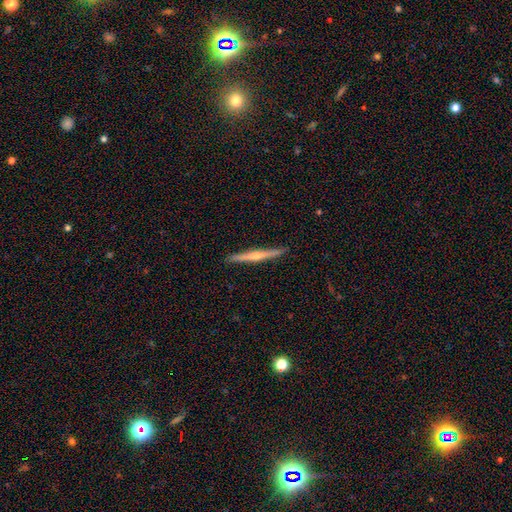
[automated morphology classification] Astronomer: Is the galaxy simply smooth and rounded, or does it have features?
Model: featured or disk — 70%.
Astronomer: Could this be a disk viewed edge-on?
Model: yes — 98%.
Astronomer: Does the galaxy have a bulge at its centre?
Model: rounded — 76%.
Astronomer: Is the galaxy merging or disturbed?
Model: none — 90%.